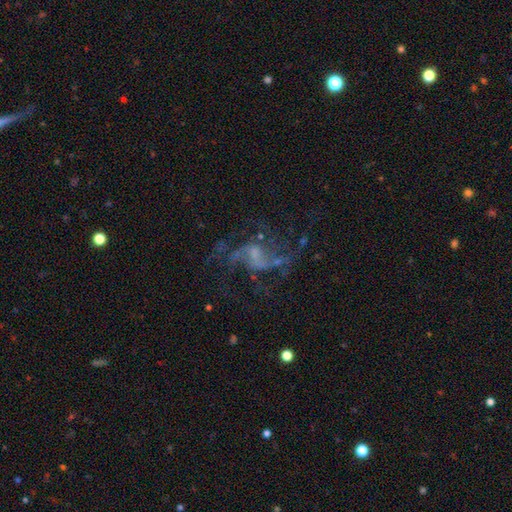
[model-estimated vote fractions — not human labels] featured or disk 74%, star or artifact 15%, smooth 10%. Down the decision tree: edge-on disk — no (97%); bar — no (49%); spiral arms — yes (81%); spiral arm count — 2 (40%); spiral winding — loose (60%); bulge size — small (42%); merging — none (53%).